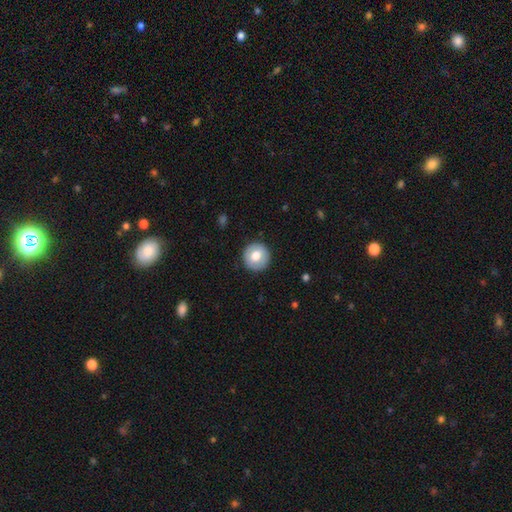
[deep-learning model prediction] Morphology: type=smooth (70%); roundness=round (94%); merging=none (90%).